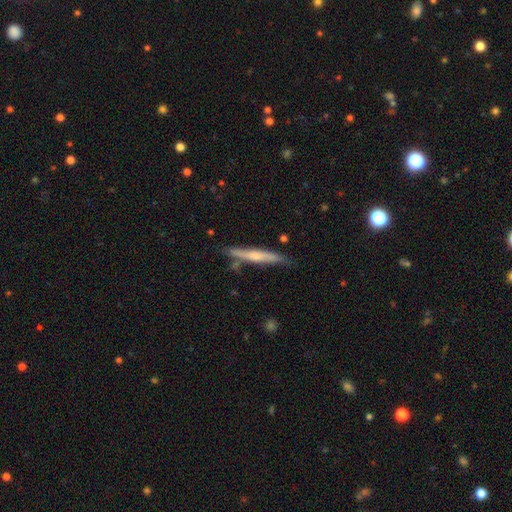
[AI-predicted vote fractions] The model was most divided on "smooth or featured": featured or disk: 50%, smooth: 44%, star or artifact: 6%. More confident: edge-on disk — yes (95%); merging — none (76%).